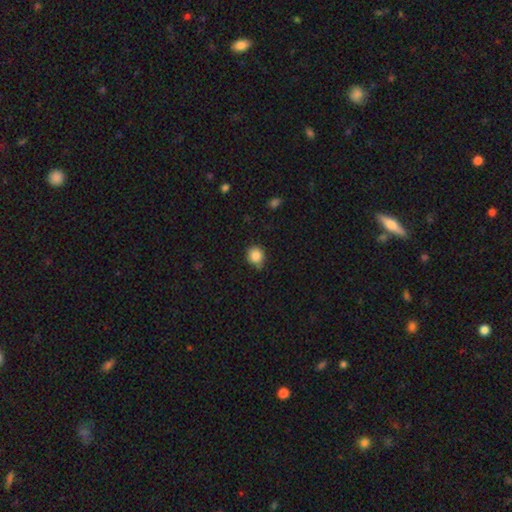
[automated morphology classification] Smooth or featured? Predicted: smooth (p=0.86). How rounded? Predicted: round (p=0.86). Merging? Predicted: none (p=0.75).